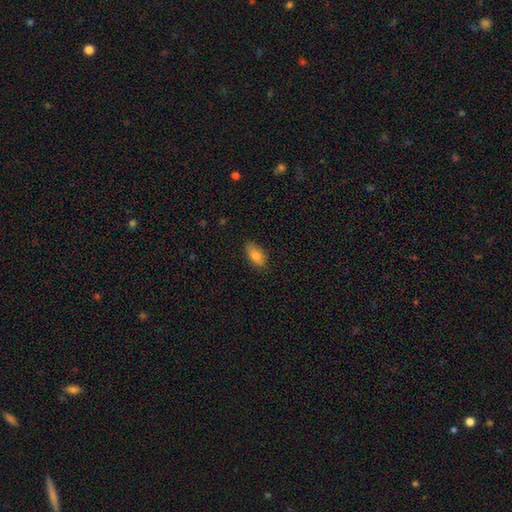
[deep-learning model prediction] The model was most divided on "merging": none: 82%, minor disturbance: 14%, major disturbance: 2%, merger: 1%. More confident: how rounded — in between (91%); smooth or featured — smooth (82%).